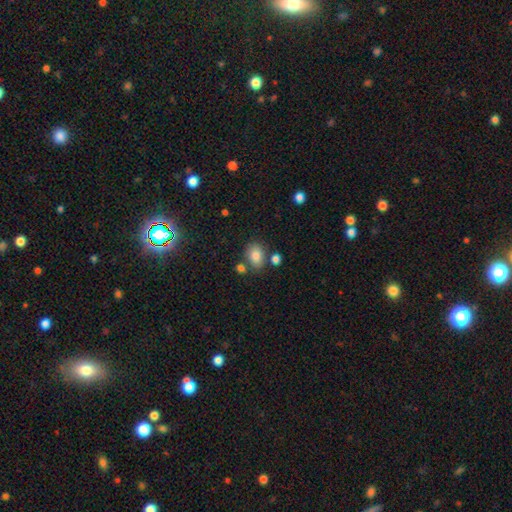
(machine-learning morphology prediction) Q: Smooth or featured?
A: smooth (82%); runner-up: star or artifact (10%)
Q: How rounded?
A: in between (69%); runner-up: round (30%)
Q: Merging?
A: none (70%); runner-up: minor disturbance (13%)